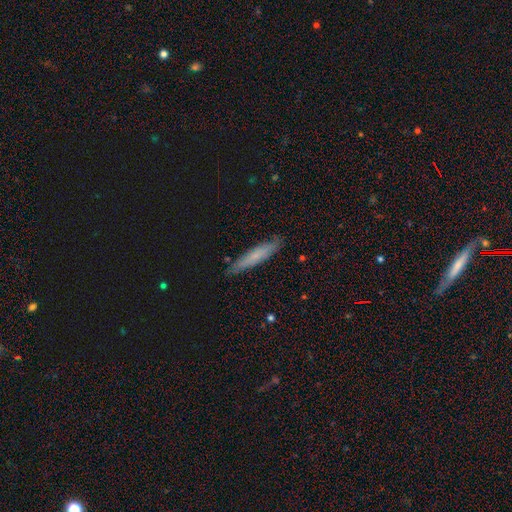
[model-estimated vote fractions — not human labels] smooth_or_featured: smooth (p=0.59) [alt: featured or disk p=0.33]
how_rounded: cigar-shaped (p=0.89) [alt: in between p=0.09]
merging: none (p=0.85) [alt: minor disturbance p=0.12]